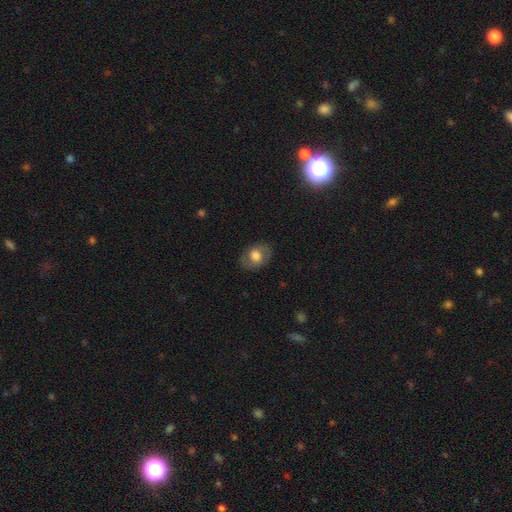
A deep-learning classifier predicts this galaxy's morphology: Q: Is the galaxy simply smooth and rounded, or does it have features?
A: smooth — 66%.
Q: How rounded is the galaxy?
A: in between — 68%.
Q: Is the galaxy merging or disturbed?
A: none — 82%.